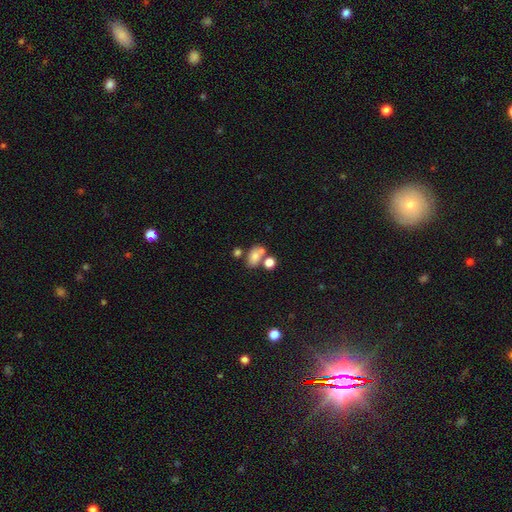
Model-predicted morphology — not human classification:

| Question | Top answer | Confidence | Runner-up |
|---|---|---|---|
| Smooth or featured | smooth | 75% | featured or disk (13%) |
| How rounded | in between | 75% | round (24%) |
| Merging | none | 44% | merger (37%) |